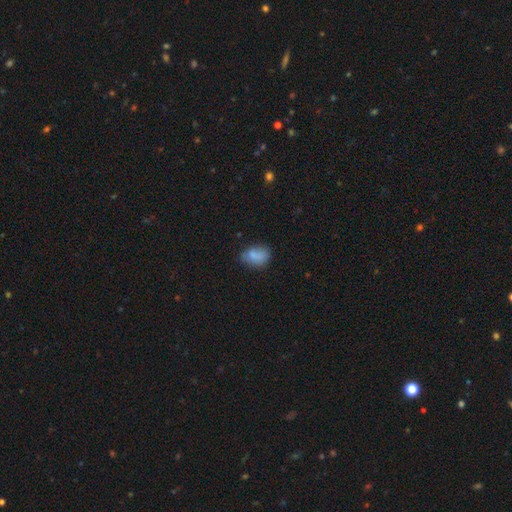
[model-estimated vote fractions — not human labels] The model was most divided on "merging": none: 60%, minor disturbance: 29%, major disturbance: 7%, merger: 4%. More confident: smooth or featured — smooth (80%); how rounded — in between (74%).